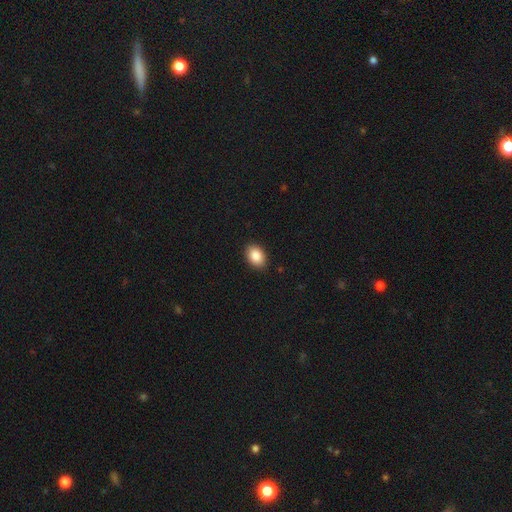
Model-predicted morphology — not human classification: Smooth or featured?
  - smooth: 88% *
  - star or artifact: 7%
  - featured or disk: 4%
How rounded?
  - in between: 79% *
  - round: 20%
  - cigar-shaped: 1%
Merging?
  - none: 89% *
  - minor disturbance: 8%
  - major disturbance: 2%
  - merger: 1%